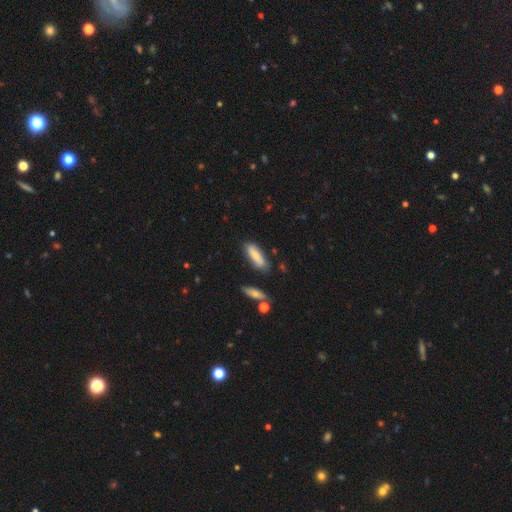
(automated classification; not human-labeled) A smooth galaxy with no disk features (77%) that is in between round and cigar-shaped (52%).

Vote fractions:
- Smooth or featured? smooth: 77% / featured or disk: 16% / star or artifact: 7%
- How rounded? in between: 52% / cigar-shaped: 46% / round: 2%
- Merging? none: 77% / minor disturbance: 15% / merger: 4% / major disturbance: 3%